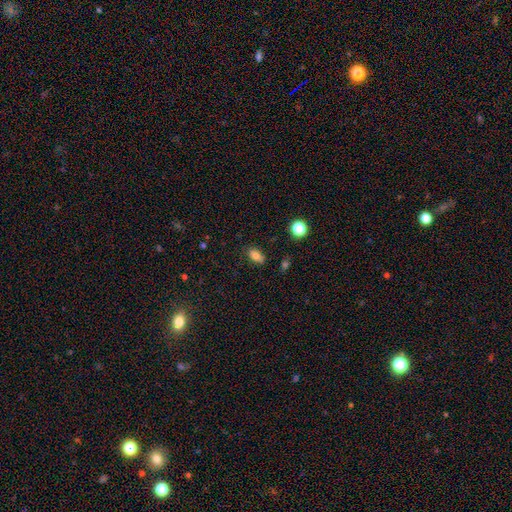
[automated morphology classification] Q: Smooth or featured?
A: smooth (77%); runner-up: featured or disk (12%)
Q: How rounded?
A: in between (87%); runner-up: round (9%)
Q: Merging?
A: none (81%); runner-up: minor disturbance (14%)